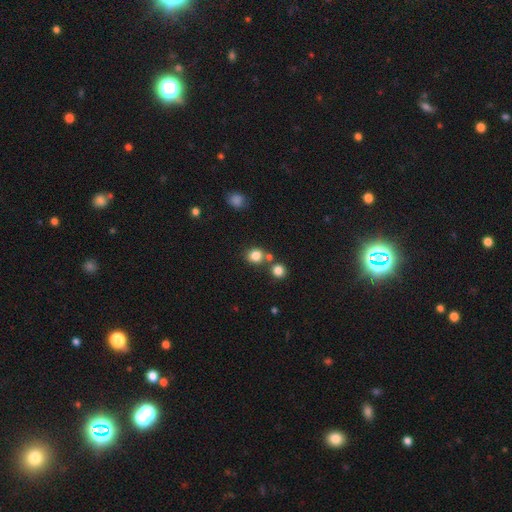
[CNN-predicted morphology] Smooth or featured? Predicted: smooth (p=0.81). How rounded? Predicted: round (p=0.82). Merging? Predicted: none (p=0.68).